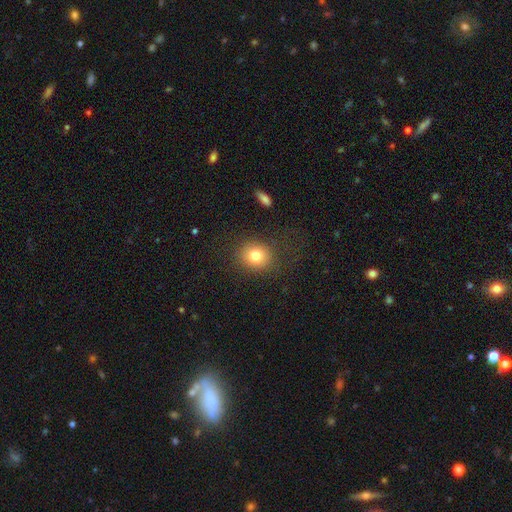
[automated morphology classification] Q: Smooth or featured?
A: smooth (79%); runner-up: star or artifact (11%)
Q: How rounded?
A: round (70%); runner-up: in between (29%)
Q: Merging?
A: none (82%); runner-up: minor disturbance (10%)